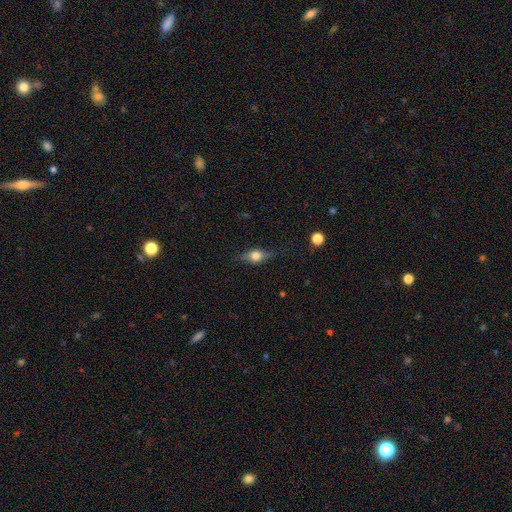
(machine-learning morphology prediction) This appears to be a featured or disk galaxy (48%). Merging: none (76%).